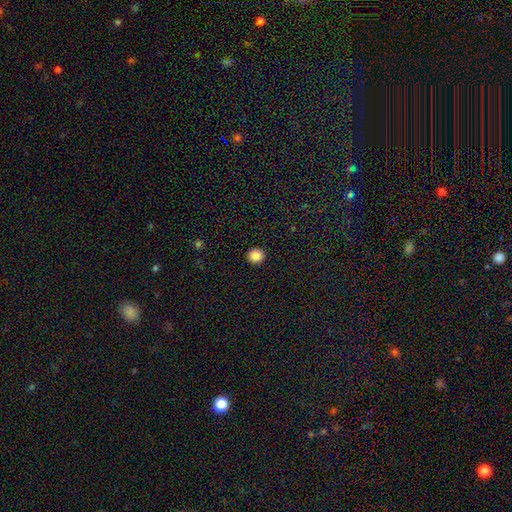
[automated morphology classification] smooth 86%, star or artifact 10%, featured or disk 4%. Down the decision tree: how rounded — round (91%); merging — none (93%).